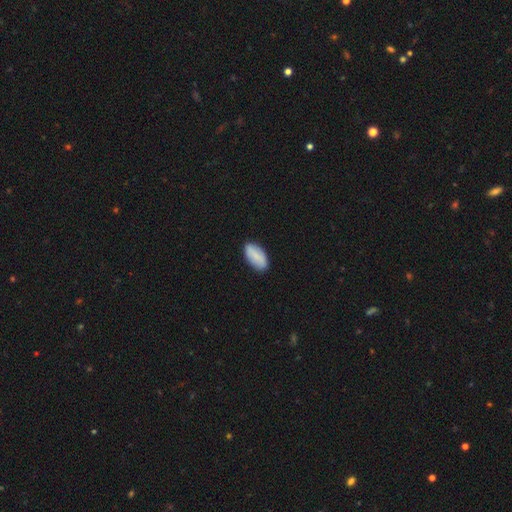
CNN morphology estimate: Smooth or featured?
  - smooth: 78% *
  - featured or disk: 16%
  - star or artifact: 6%
How rounded?
  - in between: 93% *
  - cigar-shaped: 4%
  - round: 3%
Merging?
  - none: 85% *
  - minor disturbance: 12%
  - major disturbance: 2%
  - merger: 1%